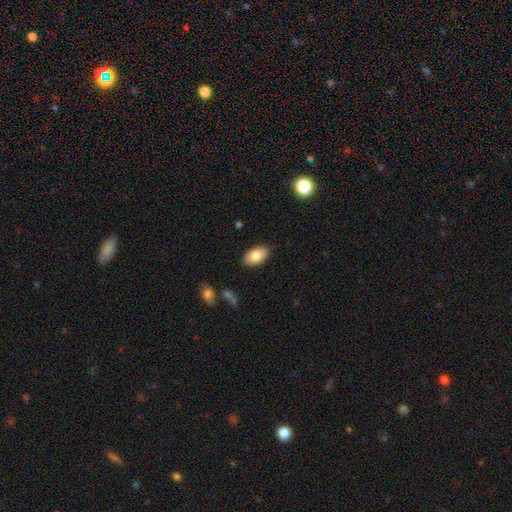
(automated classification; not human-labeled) smooth-or-featured: smooth: 80% | featured or disk: 13% | star or artifact: 7%
  how-rounded: in between: 93% | round: 5% | cigar-shaped: 1%
  merging: none: 87% | minor disturbance: 9% | major disturbance: 2% | merger: 1%